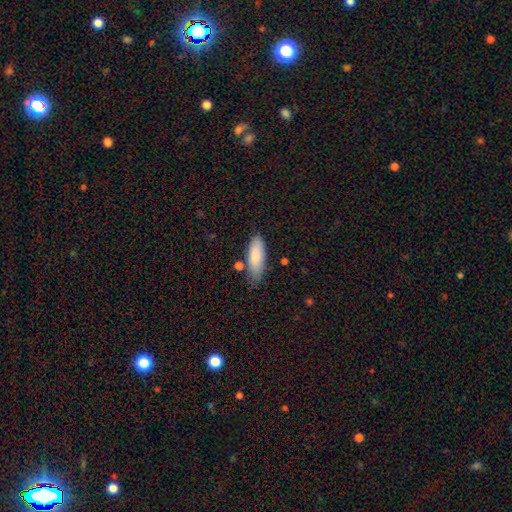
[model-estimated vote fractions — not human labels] A smooth galaxy with no disk features (85%) that is in between round and cigar-shaped (69%). Merging: none (72%).